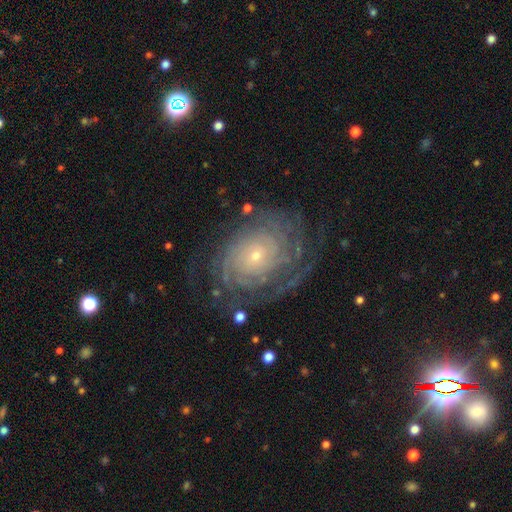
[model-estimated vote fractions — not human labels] Smooth or featured? Predicted: featured or disk (p=0.85). Edge-on disk? Predicted: no (p=0.97). Bar? Predicted: no (p=0.80). Spiral arms? Predicted: yes (p=0.95). Spiral winding? Predicted: tight (p=0.80). Spiral arm count? Predicted: can't tell (p=0.38). Bulge size? Predicted: small (p=0.80). Merging? Predicted: none (p=0.74).